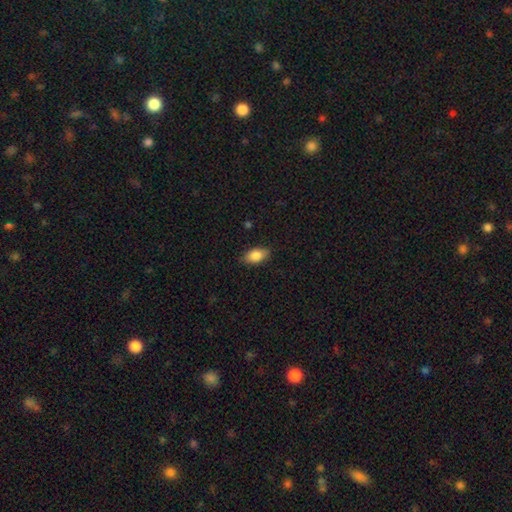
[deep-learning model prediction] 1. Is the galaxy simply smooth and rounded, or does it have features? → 85% smooth, 8% featured or disk, 7% star or artifact.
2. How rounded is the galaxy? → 90% in between, 6% round, 5% cigar-shaped.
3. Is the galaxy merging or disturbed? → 84% none, 12% minor disturbance, 3% major disturbance, 1% merger.